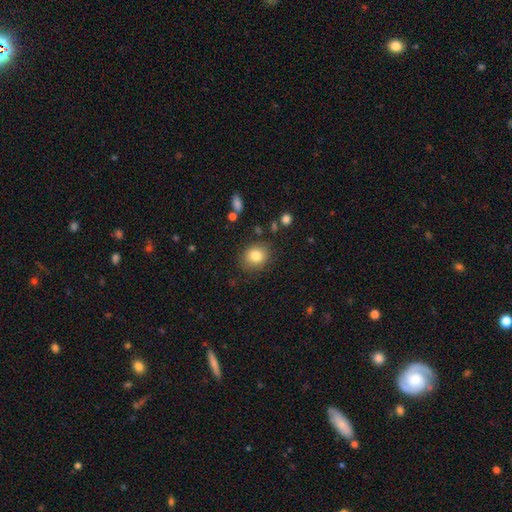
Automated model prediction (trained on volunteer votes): Smooth or featured?
  - smooth: 83% *
  - star or artifact: 10%
  - featured or disk: 8%
How rounded?
  - round: 65% *
  - in between: 34%
  - cigar-shaped: 1%
Merging?
  - none: 83% *
  - minor disturbance: 11%
  - major disturbance: 3%
  - merger: 2%